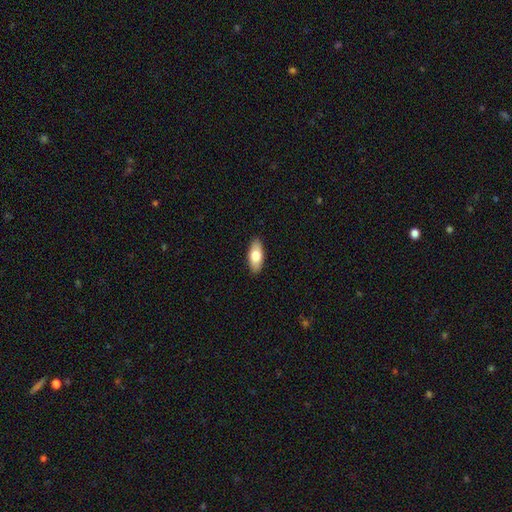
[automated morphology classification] smooth-or-featured: smooth: 76% | featured or disk: 18% | star or artifact: 6%
  how-rounded: in between: 86% | cigar-shaped: 12% | round: 2%
  merging: none: 90% | minor disturbance: 8% | major disturbance: 2% | merger: 1%